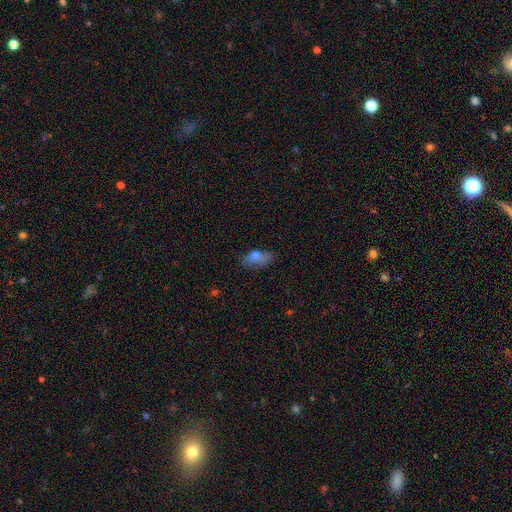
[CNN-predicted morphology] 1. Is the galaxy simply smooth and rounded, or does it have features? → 70% smooth, 20% featured or disk, 10% star or artifact.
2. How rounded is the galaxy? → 86% in between, 8% cigar-shaped, 6% round.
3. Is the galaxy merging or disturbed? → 56% none, 29% minor disturbance, 12% major disturbance, 3% merger.